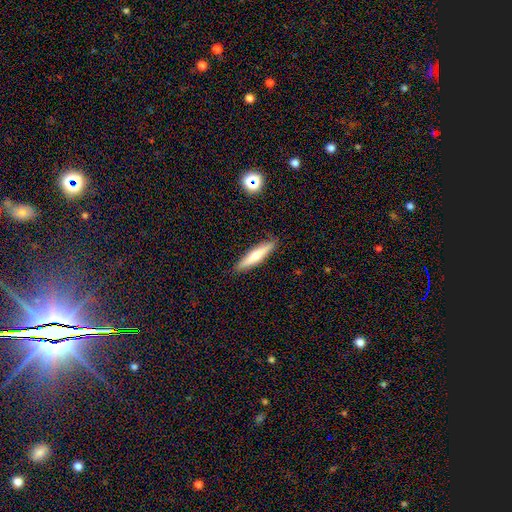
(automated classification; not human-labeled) smooth_or_featured: smooth (p=0.57) [alt: featured or disk p=0.37]
how_rounded: cigar-shaped (p=0.87) [alt: in between p=0.12]
merging: none (p=0.89) [alt: minor disturbance p=0.08]